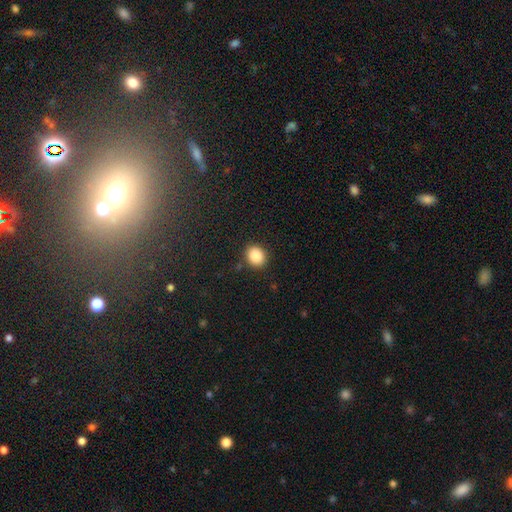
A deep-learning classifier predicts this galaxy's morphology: smooth-or-featured: smooth: 89% | star or artifact: 8% | featured or disk: 3%
  how-rounded: round: 60% | in between: 40% | cigar-shaped: 1%
  merging: none: 86% | minor disturbance: 9% | major disturbance: 3% | merger: 2%